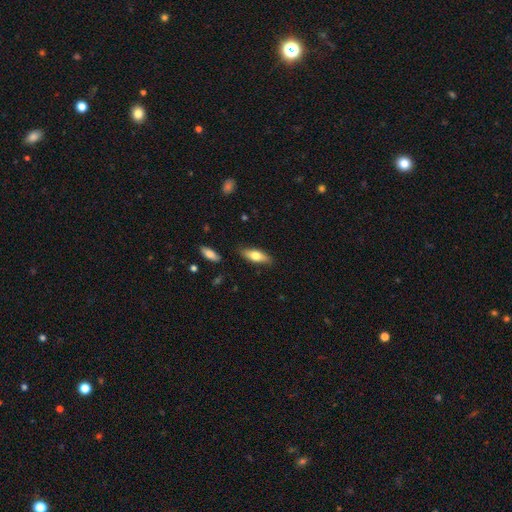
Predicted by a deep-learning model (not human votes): smooth-or-featured: smooth: 69% | featured or disk: 25% | star or artifact: 6%
  how-rounded: in between: 64% | cigar-shaped: 34% | round: 2%
  merging: none: 84% | minor disturbance: 12% | major disturbance: 2% | merger: 2%